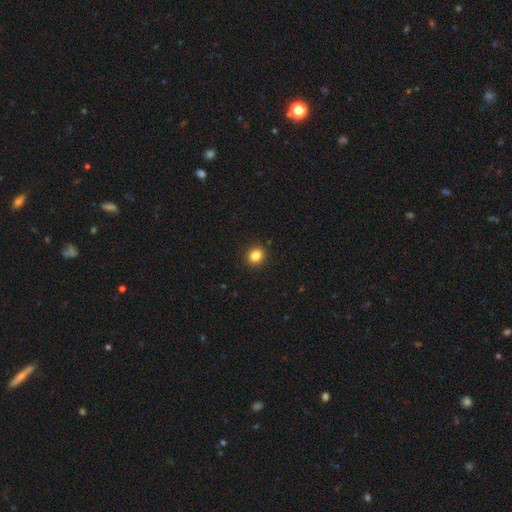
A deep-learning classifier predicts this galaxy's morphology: Smooth or featured?
  - smooth: 84% *
  - star or artifact: 11%
  - featured or disk: 5%
How rounded?
  - round: 78% *
  - in between: 21%
  - cigar-shaped: 1%
Merging?
  - none: 92% *
  - minor disturbance: 6%
  - major disturbance: 2%
  - merger: 1%